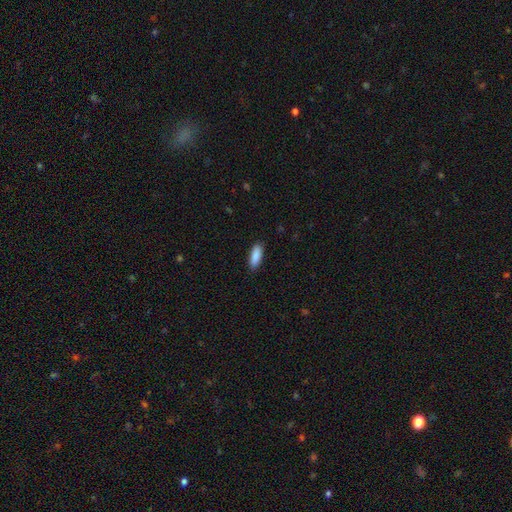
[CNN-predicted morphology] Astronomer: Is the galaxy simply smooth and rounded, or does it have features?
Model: smooth — 90%.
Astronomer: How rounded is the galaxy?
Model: in between — 65%.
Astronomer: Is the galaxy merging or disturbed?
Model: none — 89%.